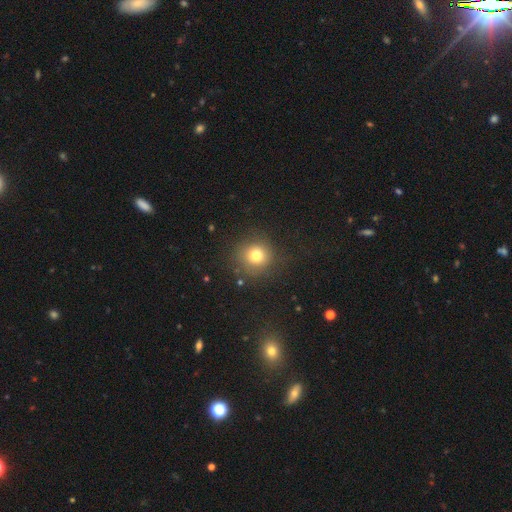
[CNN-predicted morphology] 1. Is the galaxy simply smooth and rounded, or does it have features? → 76% smooth, 15% star or artifact, 9% featured or disk.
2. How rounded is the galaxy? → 92% round, 7% in between, 1% cigar-shaped.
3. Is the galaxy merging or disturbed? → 82% none, 11% minor disturbance, 6% major disturbance, 2% merger.